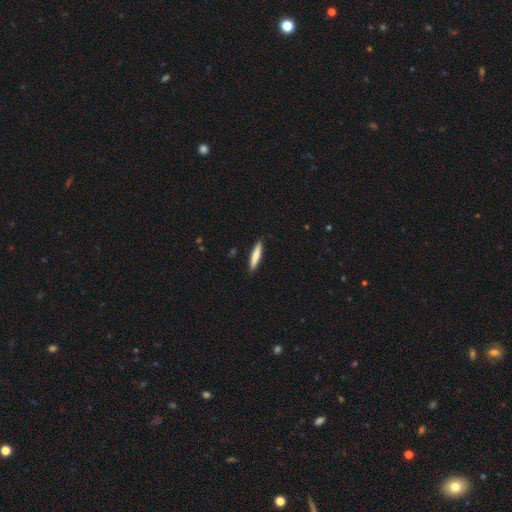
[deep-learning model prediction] smooth-or-featured: smooth: 74% | featured or disk: 20% | star or artifact: 5%
  how-rounded: cigar-shaped: 90% | in between: 9% | round: 1%
  merging: none: 90% | minor disturbance: 7% | major disturbance: 1% | merger: 1%